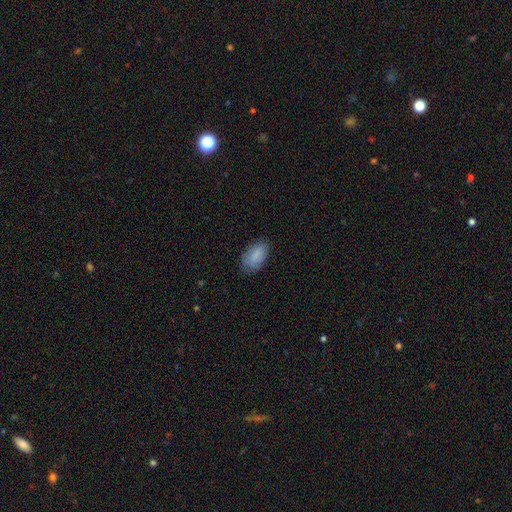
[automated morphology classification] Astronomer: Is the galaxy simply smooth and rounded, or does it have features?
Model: smooth — 86%.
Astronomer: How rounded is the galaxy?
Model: in between — 94%.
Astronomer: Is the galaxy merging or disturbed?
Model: none — 77%.